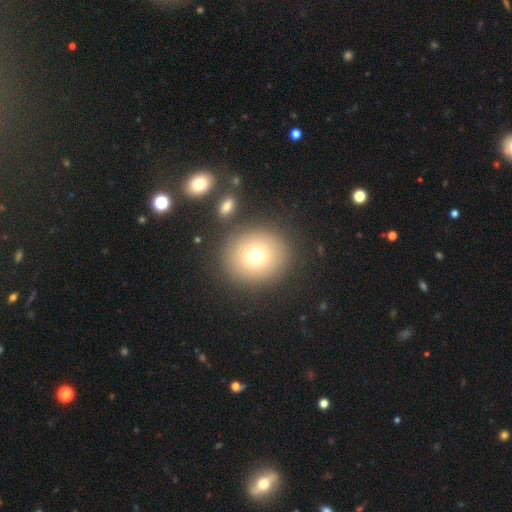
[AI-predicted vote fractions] smooth_or_featured: smooth (p=0.73) [alt: star or artifact p=0.14]
how_rounded: round (p=0.88) [alt: in between p=0.11]
merging: none (p=0.83) [alt: minor disturbance p=0.07]